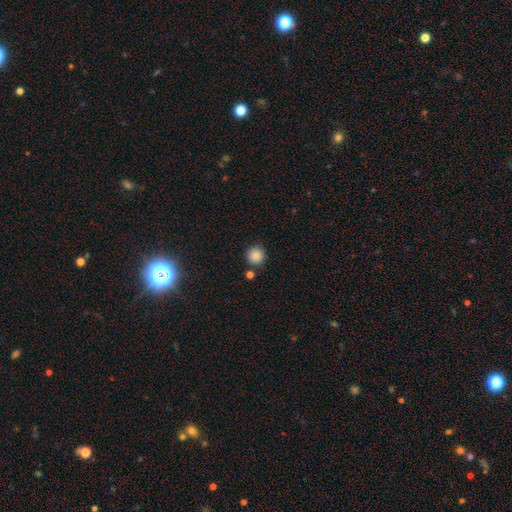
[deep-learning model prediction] Overall: smooth (87%). How rounded: round (94%). Merging: none (83%).